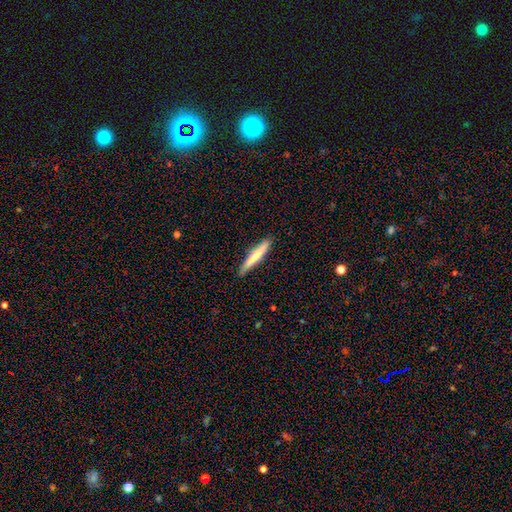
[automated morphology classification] This appears to be a smooth galaxy with no disk features (67%) that is cigar-shaped (94%). Merging: none (87%).